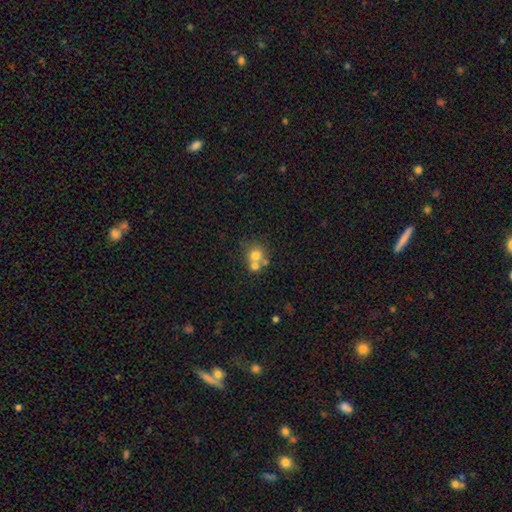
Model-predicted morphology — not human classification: smooth_or_featured: smooth (p=0.70) [alt: featured or disk p=0.18]
how_rounded: round (p=0.84) [alt: in between p=0.15]
merging: merger (p=0.48) [alt: none p=0.42]